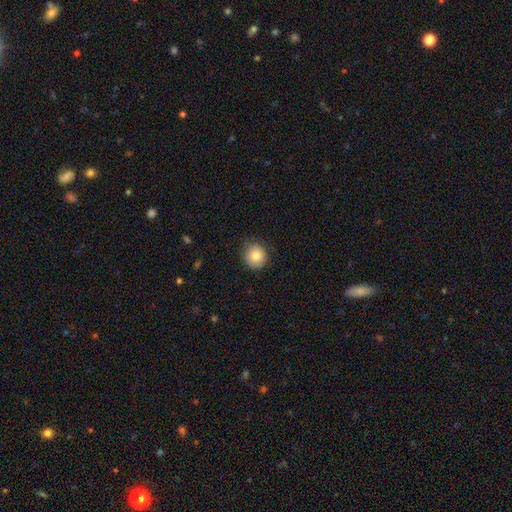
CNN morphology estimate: type=smooth (82%); roundness=round (90%); merging=none (80%).